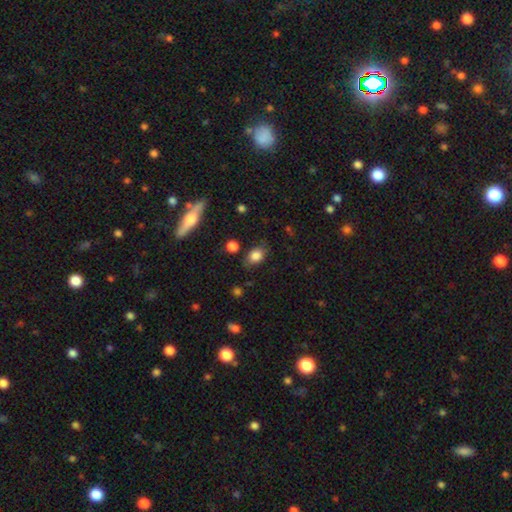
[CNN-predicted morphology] Smooth or featured: smooth — 82% (star or artifact — 9%)
How rounded: in between — 70% (round — 28%)
Merging: none — 74% (minor disturbance — 18%)